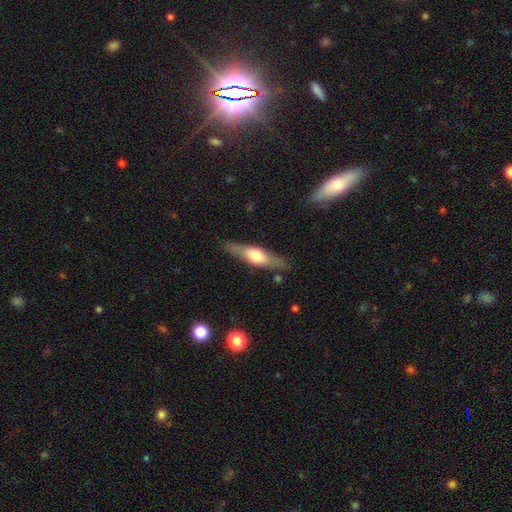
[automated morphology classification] Q: Smooth or featured?
A: featured or disk (53%); runner-up: smooth (41%)
Q: Edge-on disk?
A: yes (86%); runner-up: no (14%)
Q: Merging?
A: none (82%); runner-up: minor disturbance (13%)